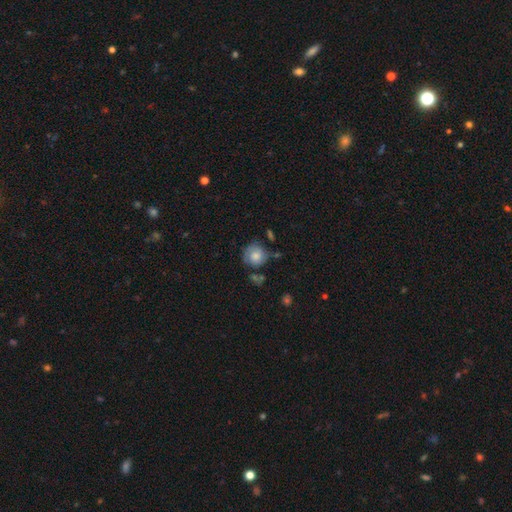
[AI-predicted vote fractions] Smooth or featured: smooth — 72% (featured or disk — 20%)
How rounded: round — 86% (in between — 13%)
Merging: none — 59% (minor disturbance — 24%)